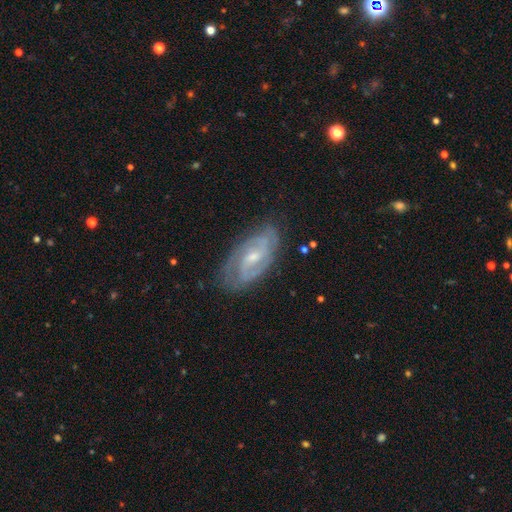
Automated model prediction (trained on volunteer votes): Smooth or featured?
  - featured or disk: 83% *
  - smooth: 10%
  - star or artifact: 8%
Edge-on disk?
  - no: 95% *
  - yes: 5%
Bar?
  - weak: 51% *
  - no: 34%
  - strong: 15%
Spiral arms?
  - yes: 96% *
  - no: 4%
Spiral winding?
  - tight: 50% *
  - medium: 40%
  - loose: 10%
Spiral arm count?
  - 2: 70% *
  - can't tell: 13%
  - 3: 9%
  - 1: 3%
  - 4: 3%
  - more than 4: 2%
Bulge size?
  - small: 56% *
  - moderate: 38%
  - none: 3%
  - large: 2%
  - dominant: 1%
Merging?
  - none: 80% *
  - minor disturbance: 14%
  - major disturbance: 4%
  - merger: 1%